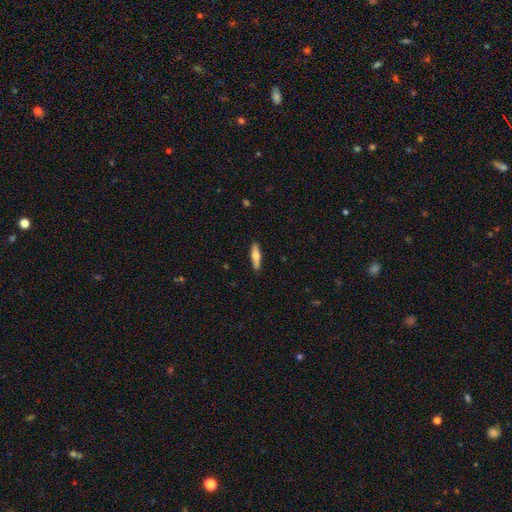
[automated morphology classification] A smooth galaxy with no disk features (56%) that is cigar-shaped (70%). Merging: none (89%).